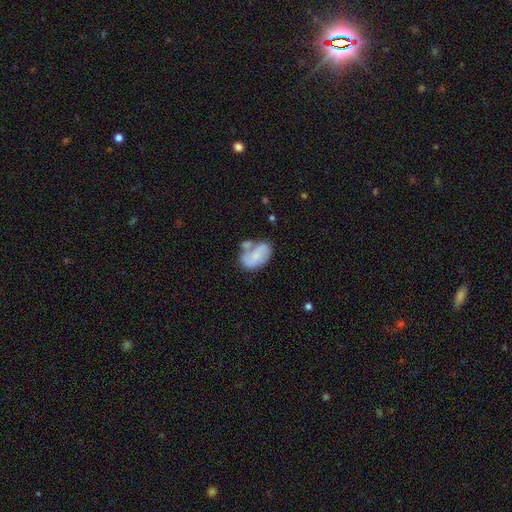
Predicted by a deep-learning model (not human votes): Smooth or featured?
  - smooth: 54% *
  - featured or disk: 37%
  - star or artifact: 8%
How rounded?
  - in between: 88% *
  - round: 10%
  - cigar-shaped: 2%
Merging?
  - none: 36% *
  - merger: 29%
  - minor disturbance: 23%
  - major disturbance: 12%